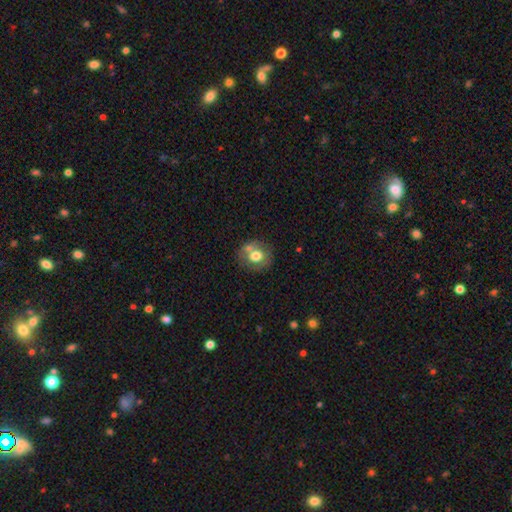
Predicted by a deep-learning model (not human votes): Overall: smooth (66%). How rounded: round (73%). Merging: none (60%; merger 22%).